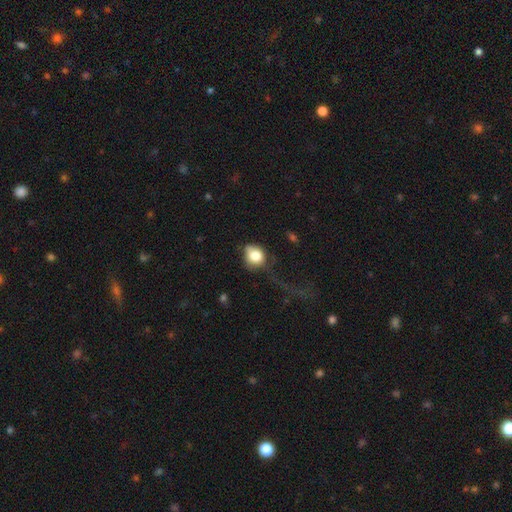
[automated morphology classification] A smooth galaxy with no disk features (76%) that is round (67%).

Vote fractions:
- Smooth or featured? smooth: 76% / featured or disk: 15% / star or artifact: 9%
- How rounded? round: 67% / in between: 32% / cigar-shaped: 1%
- Merging? major disturbance: 39% / none: 32% / minor disturbance: 24% / merger: 5%